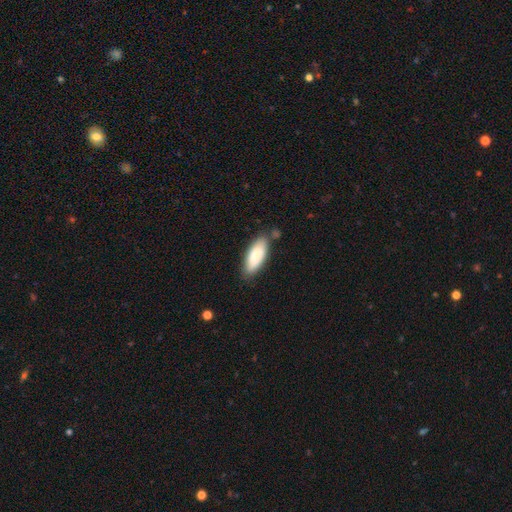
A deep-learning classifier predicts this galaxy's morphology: Q: Smooth or featured?
A: smooth (81%); runner-up: featured or disk (13%)
Q: How rounded?
A: in between (76%); runner-up: cigar-shaped (22%)
Q: Merging?
A: none (74%); runner-up: minor disturbance (17%)